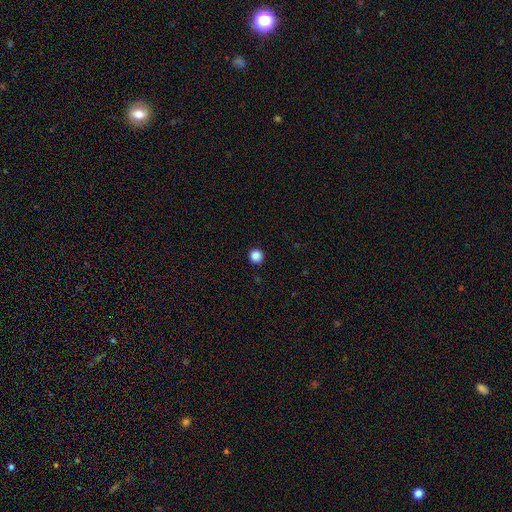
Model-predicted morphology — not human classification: Smooth or featured: smooth — 86% (star or artifact — 11%)
How rounded: round — 95% (in between — 4%)
Merging: none — 93% (minor disturbance — 4%)